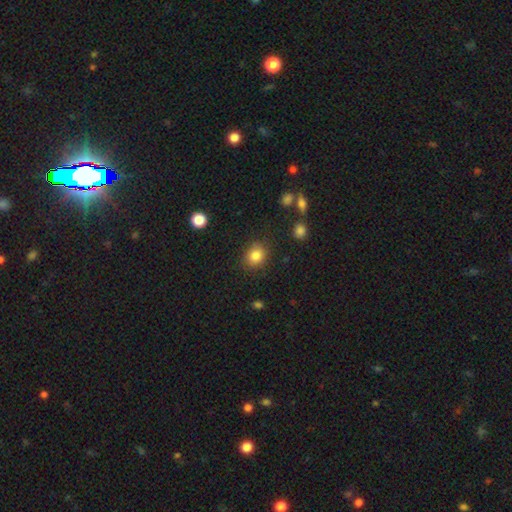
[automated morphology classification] A smooth galaxy with no disk features (84%) that is round (66%).

Vote fractions:
- Smooth or featured? smooth: 84% / star or artifact: 10% / featured or disk: 6%
- How rounded? round: 66% / in between: 33% / cigar-shaped: 1%
- Merging? none: 83% / minor disturbance: 12% / major disturbance: 3% / merger: 2%